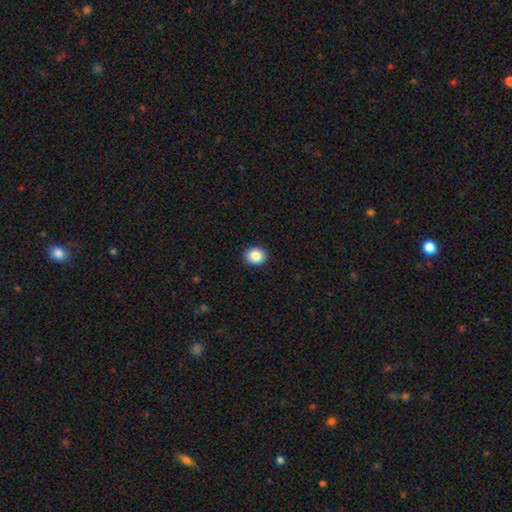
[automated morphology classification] This appears to be a smooth galaxy with no disk features (86%) that is round (76%). Merging: none (92%).